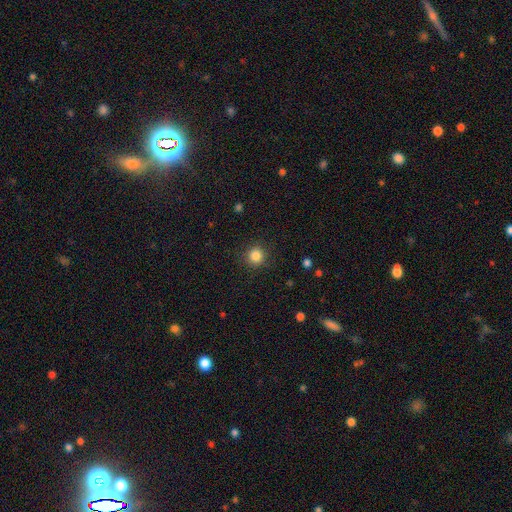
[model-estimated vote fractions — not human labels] The model was most divided on "smooth or featured": smooth: 85%, star or artifact: 11%, featured or disk: 4%. More confident: how rounded — round (93%); merging — none (89%).